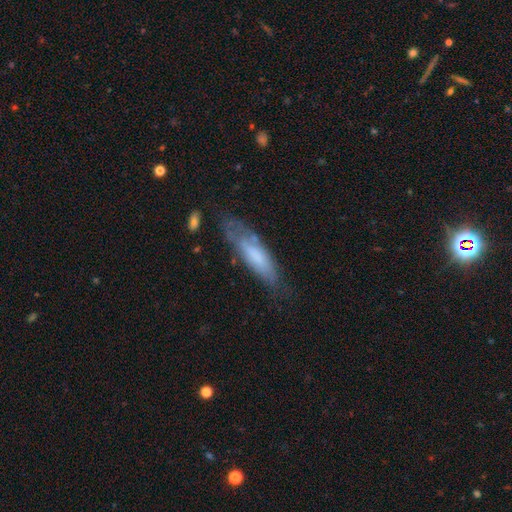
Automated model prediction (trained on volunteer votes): The model was most divided on "merging": none: 48%, minor disturbance: 31%, major disturbance: 17%, merger: 4%. More confident: how rounded — cigar-shaped (58%); smooth or featured — smooth (56%).